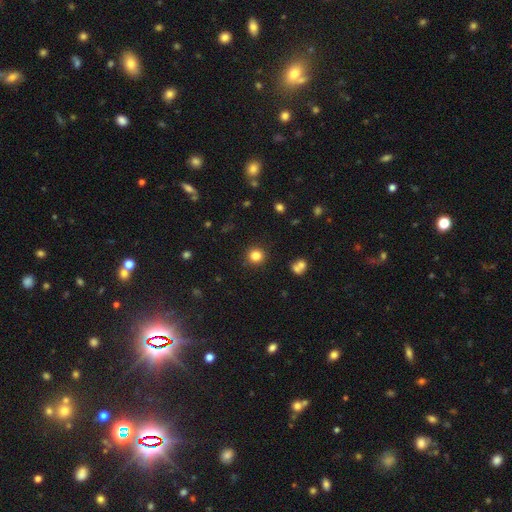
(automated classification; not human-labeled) A smooth galaxy with no disk features (82%) that is round (92%).

Vote fractions:
- Smooth or featured? smooth: 82% / star or artifact: 12% / featured or disk: 6%
- How rounded? round: 92% / in between: 7% / cigar-shaped: 1%
- Merging? none: 89% / minor disturbance: 6% / merger: 3% / major disturbance: 2%